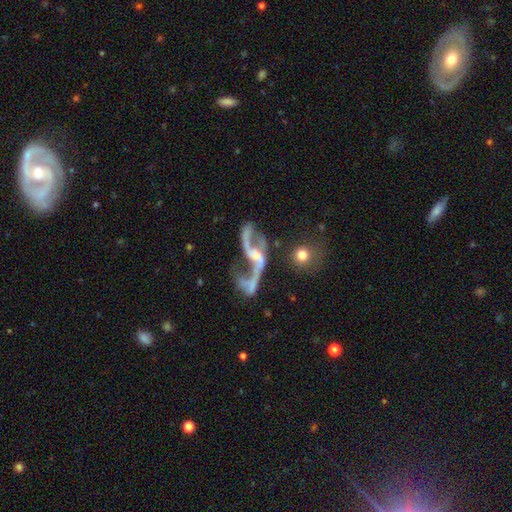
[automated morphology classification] This is clearly a featured or disk galaxy (85%). It is clearly not viewed edge-on (94%). Bar: possibly no (45%). Spiral arm pattern: clearly yes (89%). Spiral arm count: clearly 2 (86%). Spiral winding: clearly loose (85%). Central bulge: possibly small (46%). Merging: marginally major disturbance (32%, tied with none).